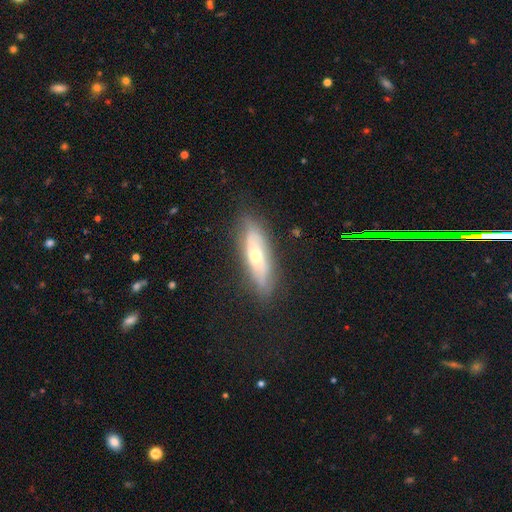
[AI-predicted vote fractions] This appears to be a featured or disk galaxy (56%). Merging: none (79%).